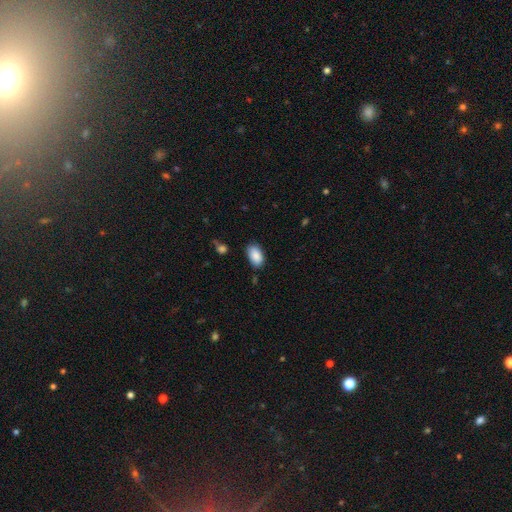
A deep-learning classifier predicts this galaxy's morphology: Q: Smooth or featured?
A: smooth (89%); runner-up: star or artifact (7%)
Q: How rounded?
A: in between (94%); runner-up: round (4%)
Q: Merging?
A: none (80%); runner-up: minor disturbance (15%)